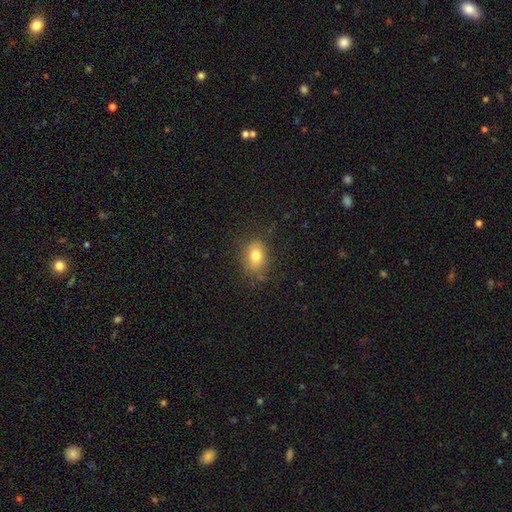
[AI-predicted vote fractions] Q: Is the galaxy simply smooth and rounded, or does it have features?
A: smooth — 78%.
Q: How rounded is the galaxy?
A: in between — 65%.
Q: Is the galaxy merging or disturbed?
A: none — 81%.